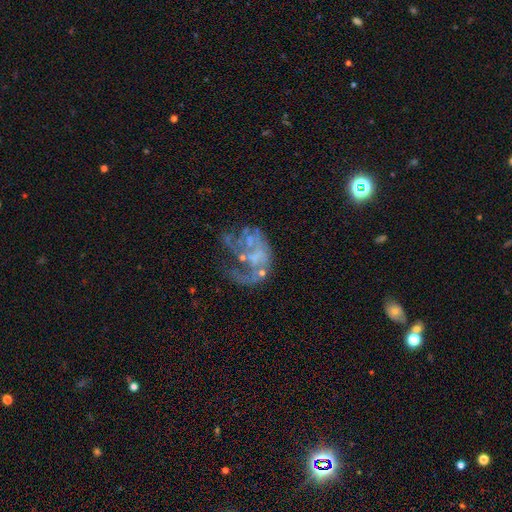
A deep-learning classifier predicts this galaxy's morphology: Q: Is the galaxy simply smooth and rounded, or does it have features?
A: featured or disk — 70%.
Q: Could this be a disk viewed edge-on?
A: no — 98%.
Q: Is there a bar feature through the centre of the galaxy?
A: no — 85%.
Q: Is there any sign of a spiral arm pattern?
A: no — 64%.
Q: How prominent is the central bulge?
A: none — 71%.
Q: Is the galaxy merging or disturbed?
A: major disturbance — 48%.